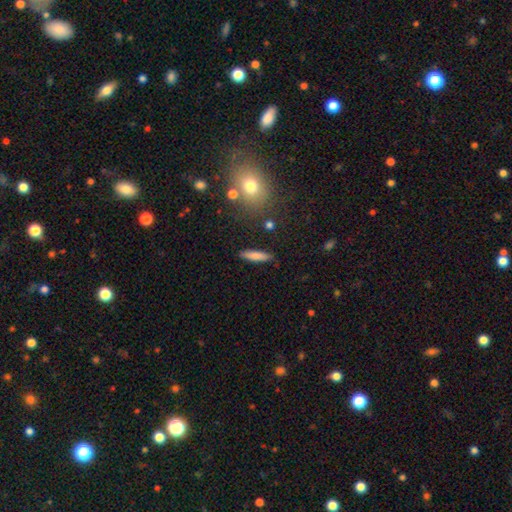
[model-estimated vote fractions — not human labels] Q: Smooth or featured?
A: smooth (79%); runner-up: featured or disk (14%)
Q: How rounded?
A: cigar-shaped (79%); runner-up: in between (19%)
Q: Merging?
A: none (87%); runner-up: minor disturbance (8%)